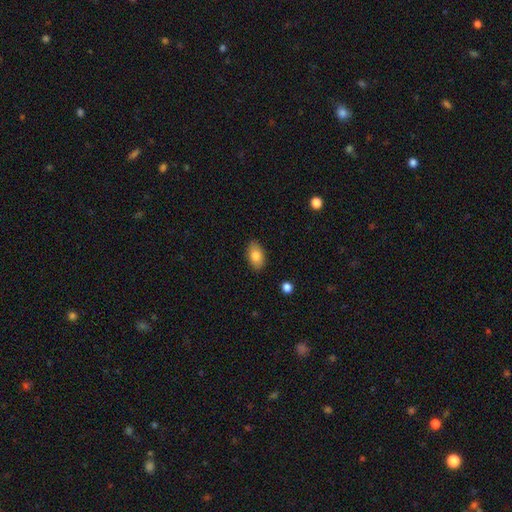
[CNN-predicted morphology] smooth-or-featured: smooth: 82% | featured or disk: 10% | star or artifact: 7%
  how-rounded: in between: 91% | round: 7% | cigar-shaped: 2%
  merging: none: 87% | minor disturbance: 10% | major disturbance: 2% | merger: 1%